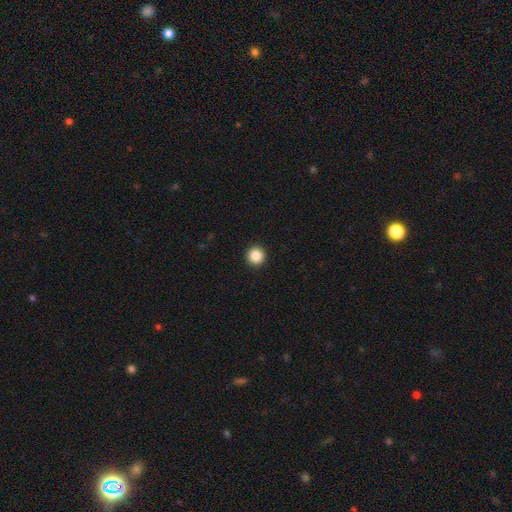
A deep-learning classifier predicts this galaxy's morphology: Overall: smooth (87%). How rounded: round (96%). Merging: none (94%).